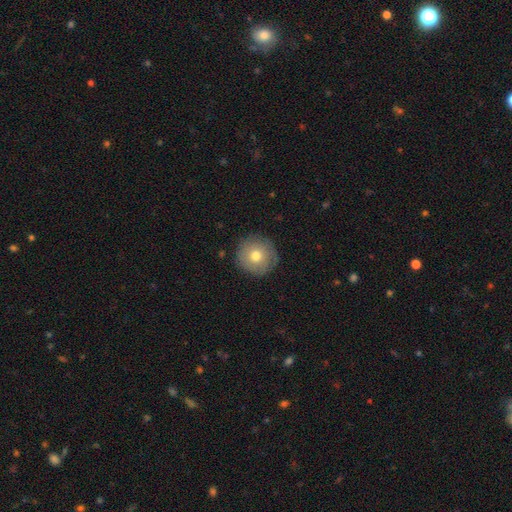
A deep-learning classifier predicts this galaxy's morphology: type=smooth (73%); roundness=round (96%); merging=none (87%).